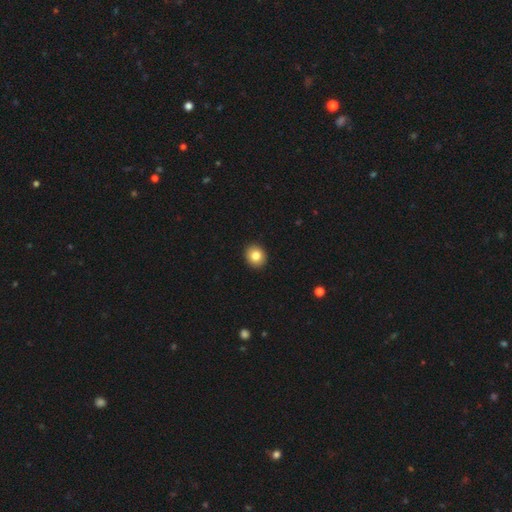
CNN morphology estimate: Smooth or featured? smooth (82%)
How rounded? round (73%)
Merging? none (92%)